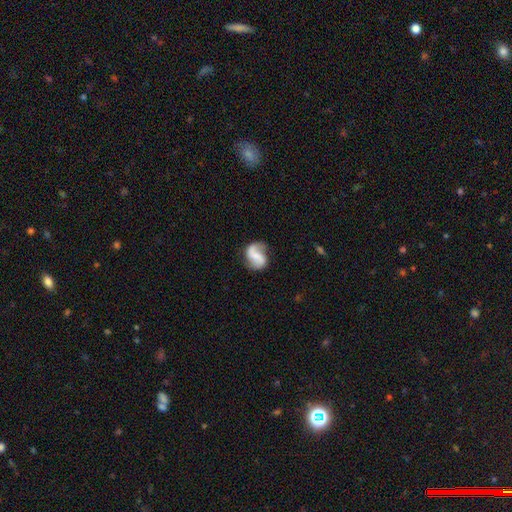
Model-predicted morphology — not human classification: Smooth or featured? featured or disk (73%)
Edge-on disk? no (98%)
Bar? weak (39%)
Spiral arms? yes (93%)
Spiral winding? loose (55%)
Spiral arm count? 2 (83%)
Bulge size? none (38%)
Merging? none (64%)